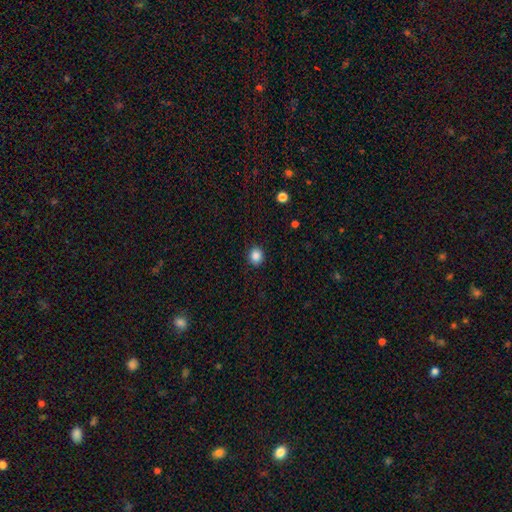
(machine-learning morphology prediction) type=smooth (86%); roundness=round (75%); merging=none (88%).